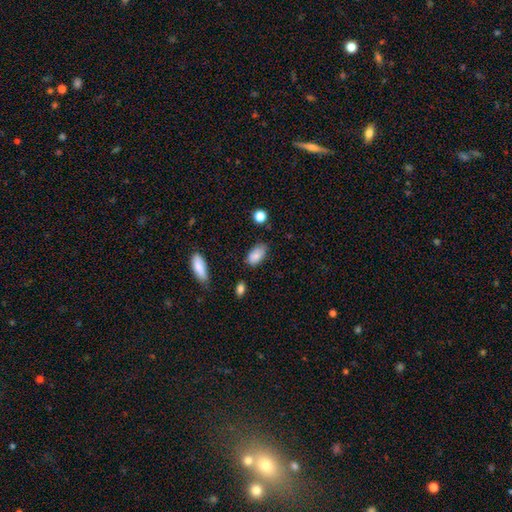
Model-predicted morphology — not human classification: Q: Smooth or featured?
A: smooth (84%); runner-up: featured or disk (8%)
Q: How rounded?
A: in between (93%); runner-up: round (4%)
Q: Merging?
A: none (68%); runner-up: minor disturbance (25%)